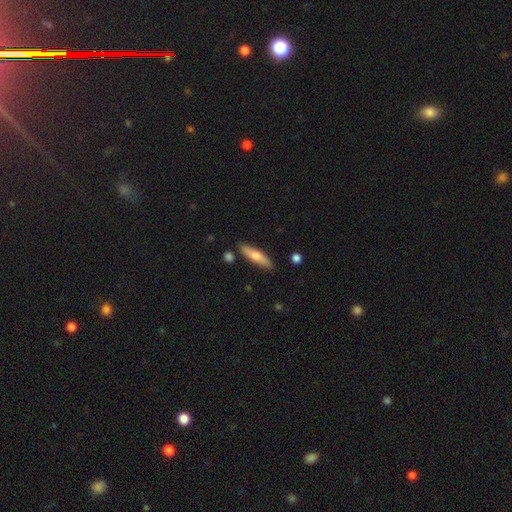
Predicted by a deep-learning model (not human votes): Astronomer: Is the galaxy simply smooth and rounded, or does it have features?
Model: smooth — 66%.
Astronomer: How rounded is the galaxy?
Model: cigar-shaped — 70%.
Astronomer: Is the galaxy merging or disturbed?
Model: none — 86%.